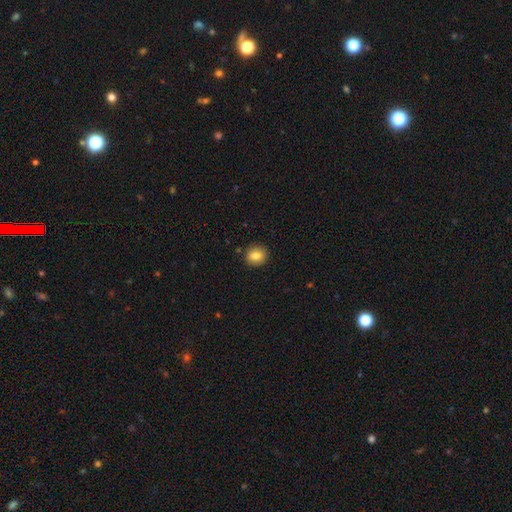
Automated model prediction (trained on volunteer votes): Smooth or featured? Predicted: smooth (p=0.82). How rounded? Predicted: round (p=0.79). Merging? Predicted: none (p=0.90).